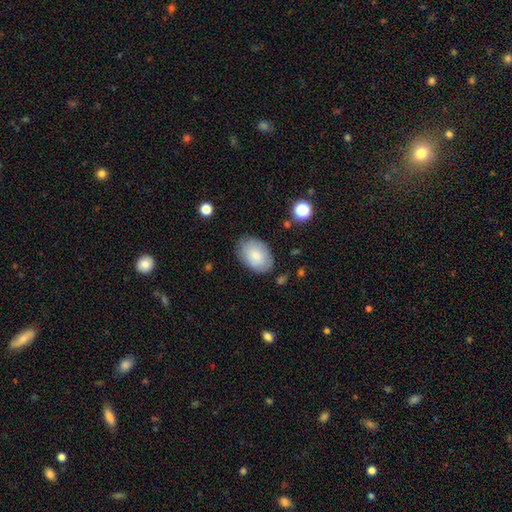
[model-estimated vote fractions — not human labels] Smooth or featured? smooth (79%)
How rounded? in between (86%)
Merging? none (78%)